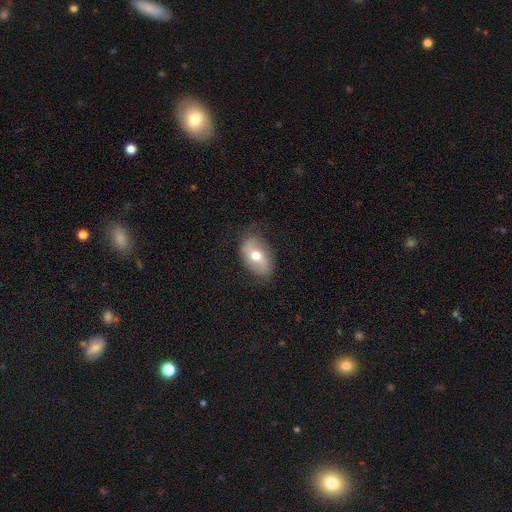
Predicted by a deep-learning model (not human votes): Morphology: type=smooth (60%); roundness=in between (87%); merging=none (77%).